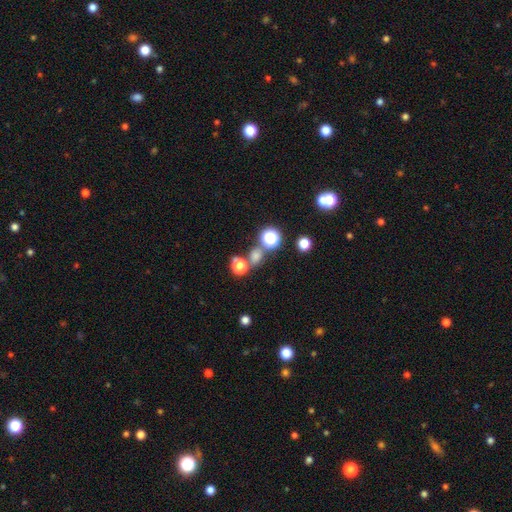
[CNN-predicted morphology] smooth-or-featured: smooth: 64% | star or artifact: 28% | featured or disk: 8%
  how-rounded: round: 72% | in between: 27% | cigar-shaped: 1%
  merging: none: 64% | merger: 22% | minor disturbance: 9% | major disturbance: 5%